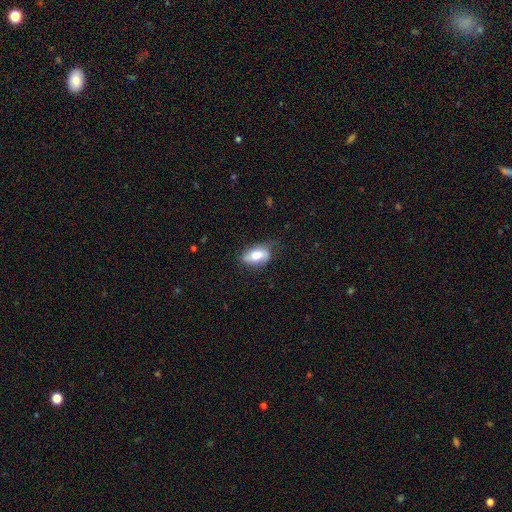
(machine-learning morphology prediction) Q: Smooth or featured?
A: smooth (61%); runner-up: featured or disk (32%)
Q: How rounded?
A: in between (89%); runner-up: cigar-shaped (6%)
Q: Merging?
A: none (62%); runner-up: minor disturbance (28%)